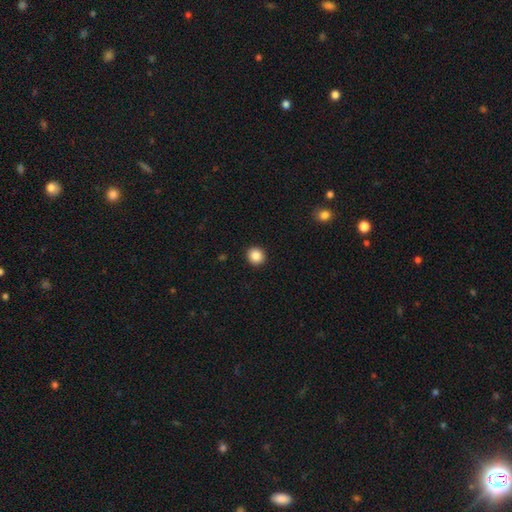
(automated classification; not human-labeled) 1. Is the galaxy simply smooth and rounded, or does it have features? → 87% smooth, 10% star or artifact, 4% featured or disk.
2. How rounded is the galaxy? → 91% round, 8% in between, 1% cigar-shaped.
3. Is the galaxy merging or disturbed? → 93% none, 4% minor disturbance, 2% major disturbance, 1% merger.